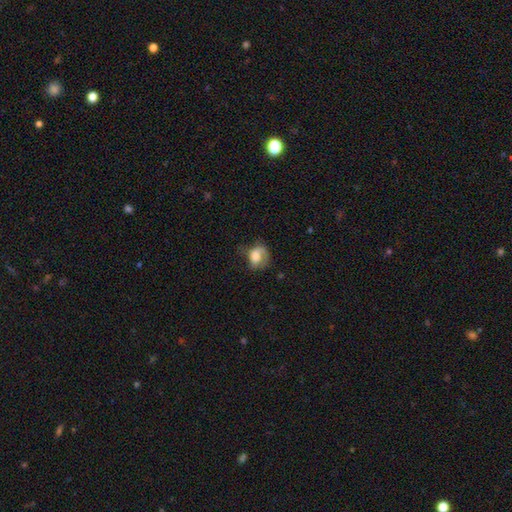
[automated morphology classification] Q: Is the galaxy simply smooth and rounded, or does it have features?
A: smooth — 50%.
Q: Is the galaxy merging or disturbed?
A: none — 42%.